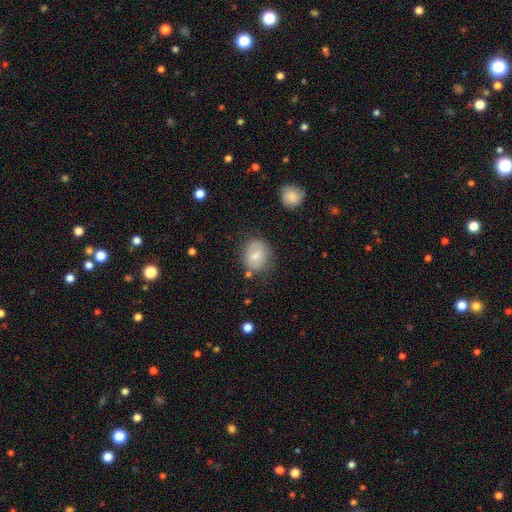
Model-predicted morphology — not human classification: A smooth galaxy with no disk features (69%) that is round (59%). Merging: none (72%).